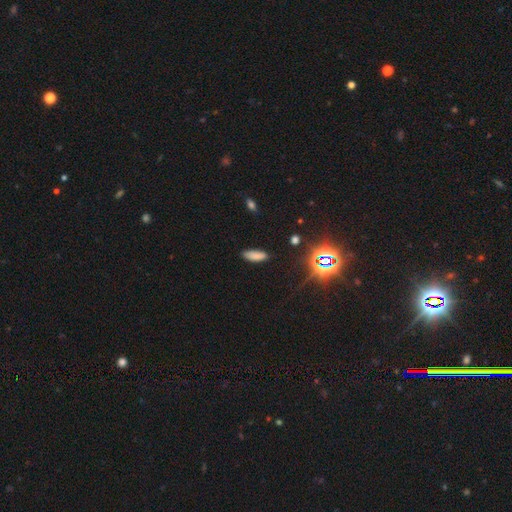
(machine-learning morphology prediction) Q: Smooth or featured?
A: smooth (79%); runner-up: star or artifact (14%)
Q: How rounded?
A: in between (67%); runner-up: cigar-shaped (31%)
Q: Merging?
A: none (85%); runner-up: minor disturbance (11%)